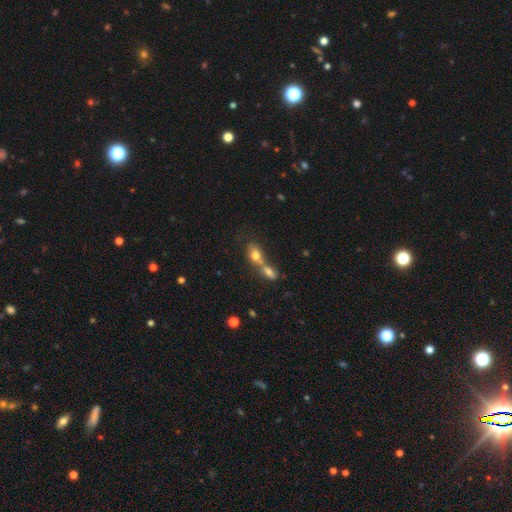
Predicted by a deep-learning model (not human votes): The model was most divided on "merging": merger: 69%, none: 20%, minor disturbance: 7%, major disturbance: 5%. More confident: smooth or featured — smooth (74%); how rounded — in between (73%).